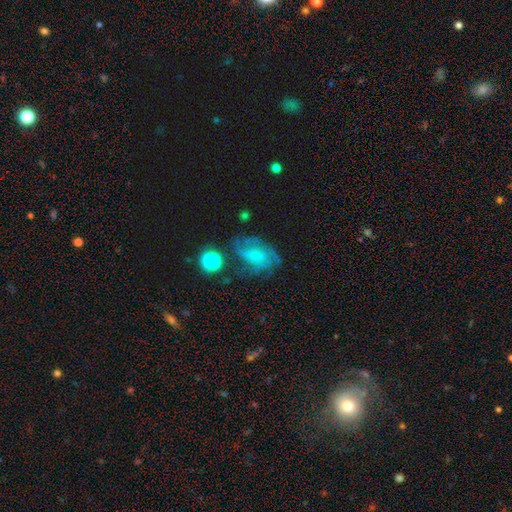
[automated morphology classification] smooth-or-featured: featured or disk: 60% | smooth: 28% | star or artifact: 12%
  disk-edge-on: no: 97% | yes: 3%
    bar: no: 64% | weak: 29% | strong: 7%
    has-spiral-arms: yes: 82% | no: 18%
    bulge-size: none: 51% | small: 21% | moderate: 18% | large: 8% | dominant: 2%
  merging: none: 49% | minor disturbance: 25% | major disturbance: 22% | merger: 5%